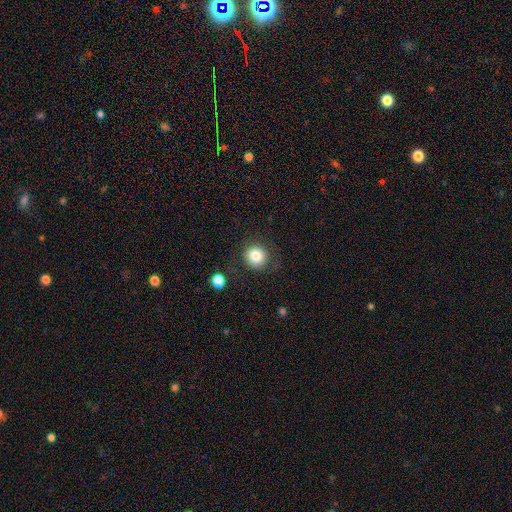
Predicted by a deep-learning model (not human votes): Q: Smooth or featured?
A: smooth (83%); runner-up: star or artifact (10%)
Q: How rounded?
A: round (89%); runner-up: in between (10%)
Q: Merging?
A: none (82%); runner-up: minor disturbance (10%)